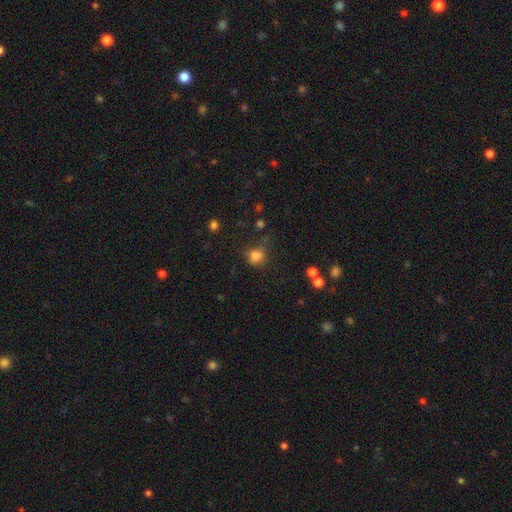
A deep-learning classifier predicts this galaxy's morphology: The model was most divided on "merging": none: 51%, minor disturbance: 27%, major disturbance: 16%, merger: 6%. More confident: smooth or featured — smooth (78%); how rounded — round (63%).